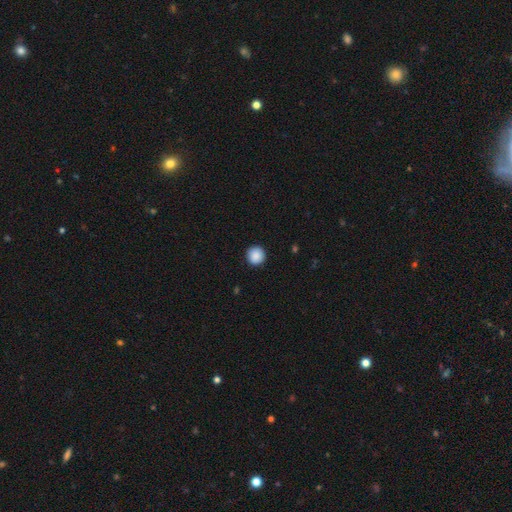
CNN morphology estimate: Overall: smooth (89%). How rounded: round (95%). Merging: none (92%).